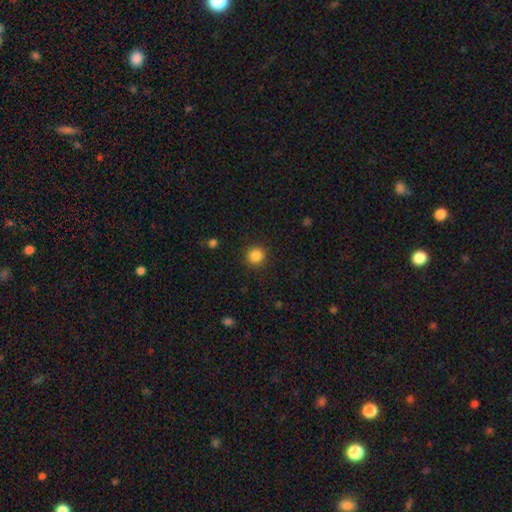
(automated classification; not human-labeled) A smooth galaxy with no disk features (86%) that is round (93%).

Vote fractions:
- Smooth or featured? smooth: 86% / star or artifact: 11% / featured or disk: 4%
- How rounded? round: 93% / in between: 6% / cigar-shaped: 1%
- Merging? none: 91% / minor disturbance: 6% / major disturbance: 2% / merger: 1%